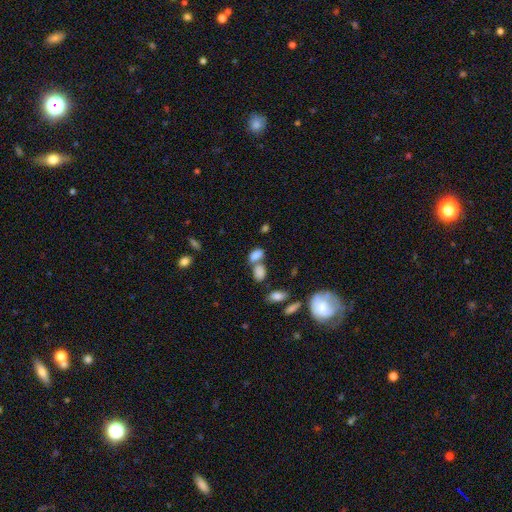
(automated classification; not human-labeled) A smooth galaxy with no disk features (80%) that is in between round and cigar-shaped (87%). Merging: merger (48%).